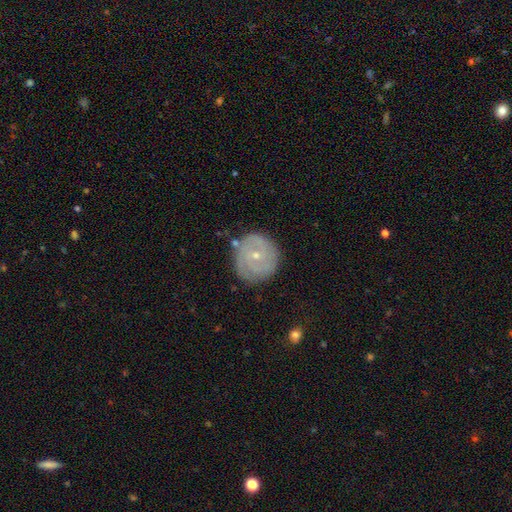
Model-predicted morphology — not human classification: This is likely a featured or disk galaxy (73%). It is clearly not viewed edge-on (97%). Bar: likely no (68%). Spiral arm pattern: clearly yes (89%). Spiral arm count: marginally can't tell (31%). Spiral winding: likely tight (69%). Central bulge: likely small (74%). Merging: likely none (78%).